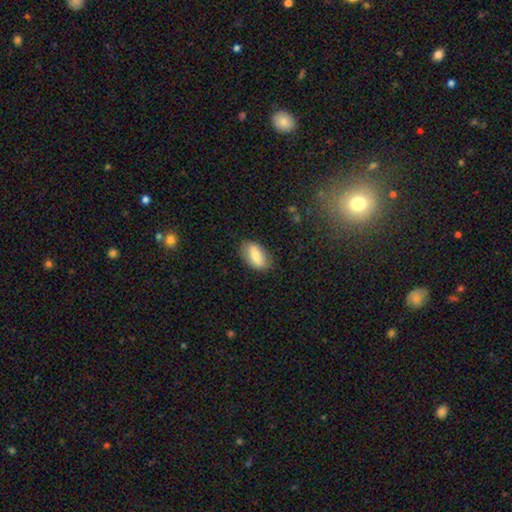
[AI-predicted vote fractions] Morphology: type=smooth (72%); roundness=in between (90%); merging=none (80%).